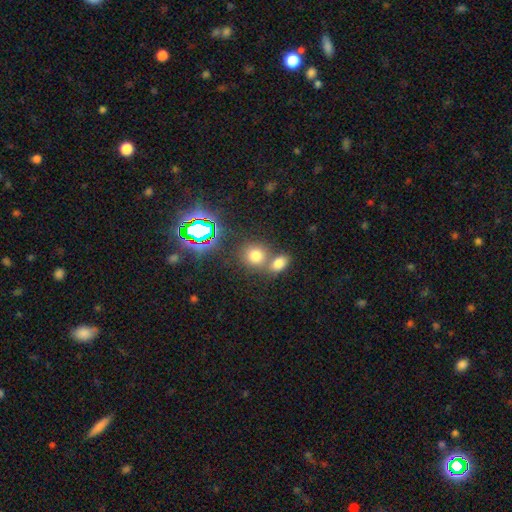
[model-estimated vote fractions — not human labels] smooth 72%, star or artifact 19%, featured or disk 9%. Down the decision tree: how rounded — round (72%); merging — none (50%).